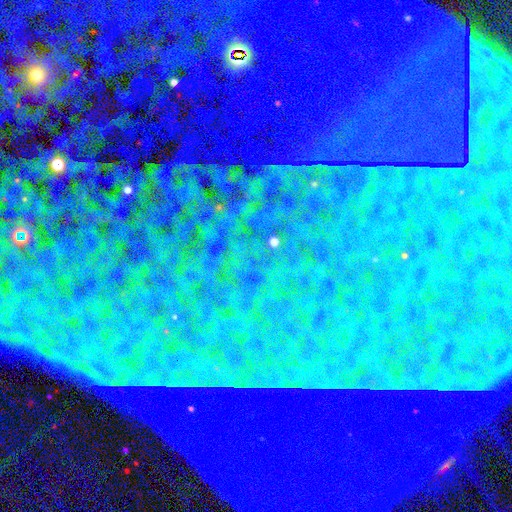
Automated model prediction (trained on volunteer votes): A star or artifact, not a galaxy (87%).